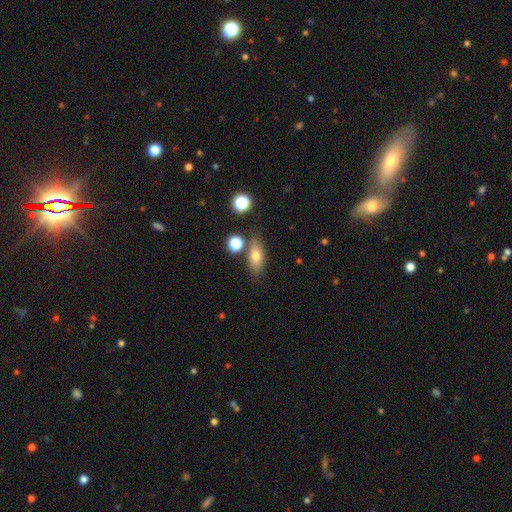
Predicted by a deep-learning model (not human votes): Smooth or featured?
  - smooth: 70% *
  - featured or disk: 19%
  - star or artifact: 10%
How rounded?
  - in between: 72% *
  - cigar-shaped: 17%
  - round: 11%
Merging?
  - none: 72% *
  - minor disturbance: 14%
  - merger: 10%
  - major disturbance: 4%